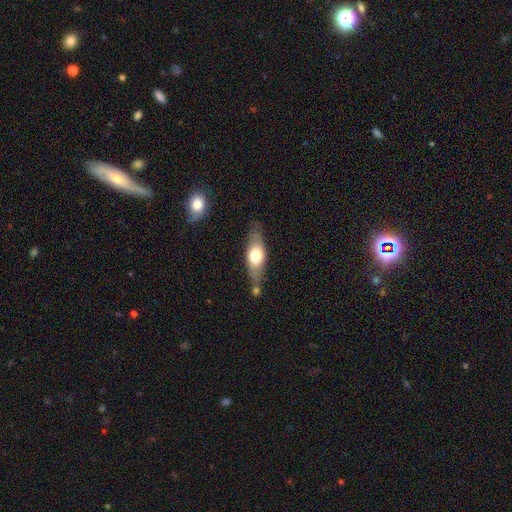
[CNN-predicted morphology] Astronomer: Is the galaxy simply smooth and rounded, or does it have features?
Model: smooth — 57% (runner-up: featured or disk, 37%).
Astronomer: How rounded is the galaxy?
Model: in between — 62%.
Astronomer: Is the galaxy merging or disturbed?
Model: none — 68%.